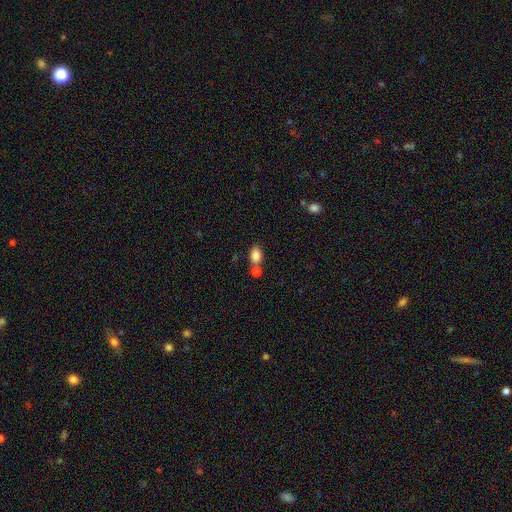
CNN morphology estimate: smooth 84%, star or artifact 9%, featured or disk 7%. Down the decision tree: how rounded — in between (83%); merging — none (59%).